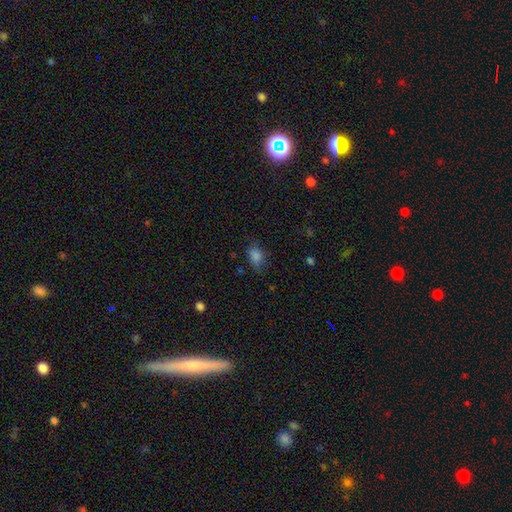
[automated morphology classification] Smooth or featured?
  - smooth: 82% *
  - star or artifact: 13%
  - featured or disk: 6%
How rounded?
  - in between: 77% *
  - round: 21%
  - cigar-shaped: 2%
Merging?
  - none: 64% *
  - minor disturbance: 25%
  - major disturbance: 9%
  - merger: 2%